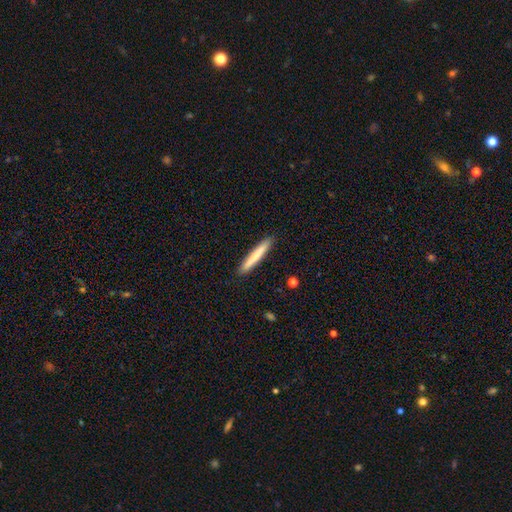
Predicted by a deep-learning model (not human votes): A smooth galaxy with no disk features (73%) that is cigar-shaped (96%).

Vote fractions:
- Smooth or featured? smooth: 73% / featured or disk: 22% / star or artifact: 5%
- How rounded? cigar-shaped: 96% / in between: 3% / round: 1%
- Merging? none: 92% / minor disturbance: 6% / major disturbance: 1% / merger: 1%